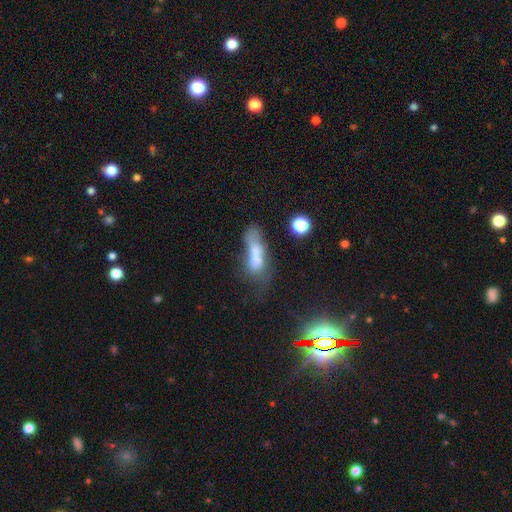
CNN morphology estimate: Smooth or featured? smooth (58%)
How rounded? in between (54%)
Merging? major disturbance (36%)